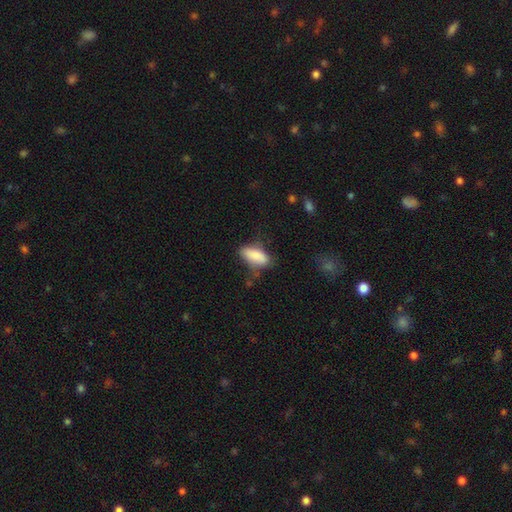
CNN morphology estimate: type=smooth (84%); roundness=in between (84%); merging=none (57%).